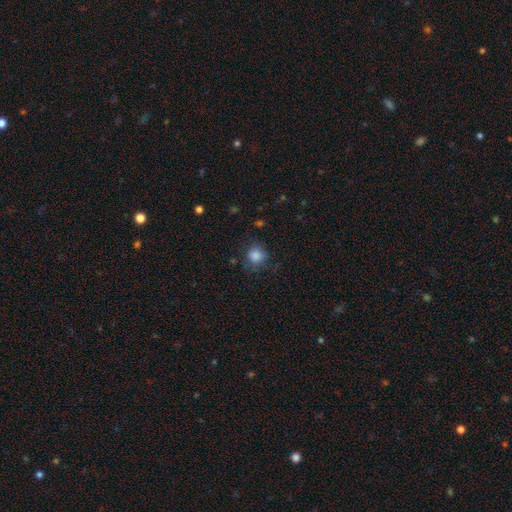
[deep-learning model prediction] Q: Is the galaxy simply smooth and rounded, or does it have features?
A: smooth — 85%.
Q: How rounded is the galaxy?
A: round — 88%.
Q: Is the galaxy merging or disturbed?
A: none — 77%.